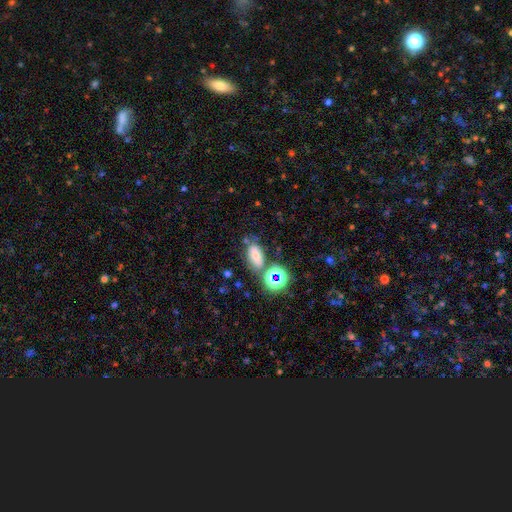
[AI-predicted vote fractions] A smooth galaxy with no disk features (59%) that is in between round and cigar-shaped (78%). Merging: none (60%).